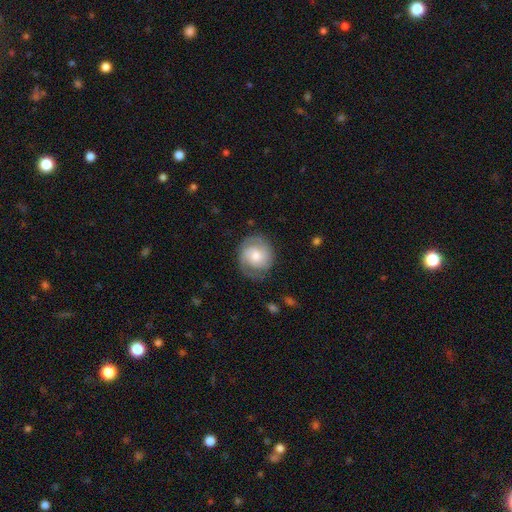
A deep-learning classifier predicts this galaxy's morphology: Overall: featured or disk (67%). Edge-on disk: no (98%). Bar: no (64%; weak 31%). Spiral arms: yes (92%). Spiral arm count: 2 (70%). Spiral winding: tight (51%; medium 38%). Bulge size: moderate (54%; small 32%). Merging: none (77%).